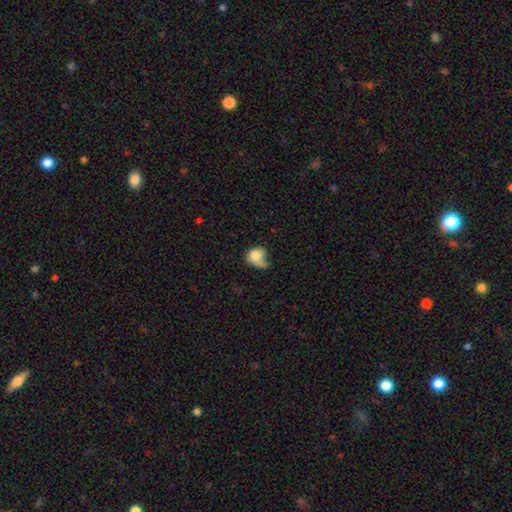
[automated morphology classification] smooth_or_featured: smooth (p=0.75) [alt: featured or disk p=0.17]
how_rounded: round (p=0.57) [alt: in between p=0.41]
merging: major disturbance (p=0.35) [alt: none p=0.27]